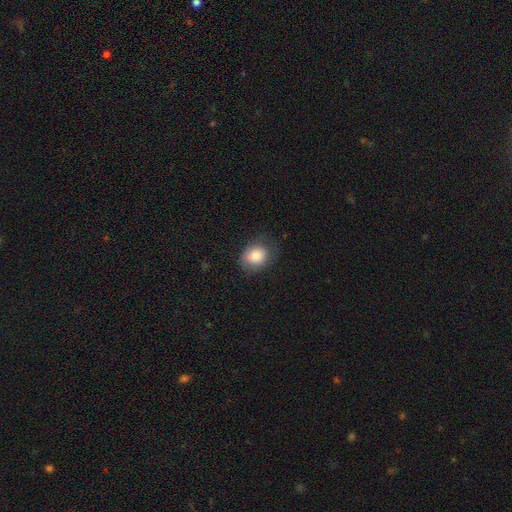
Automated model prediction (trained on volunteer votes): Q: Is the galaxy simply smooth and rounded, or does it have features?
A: smooth — 85%.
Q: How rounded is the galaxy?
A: in between — 53%.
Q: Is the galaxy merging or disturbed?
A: none — 70%.